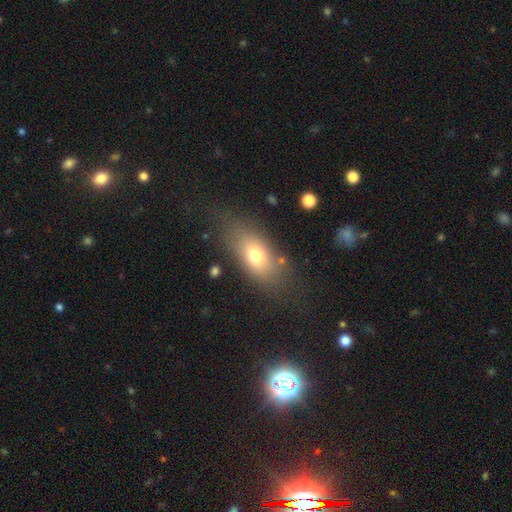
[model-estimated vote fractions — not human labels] Overall: smooth (72%). How rounded: in between (83%). Merging: none (69%).